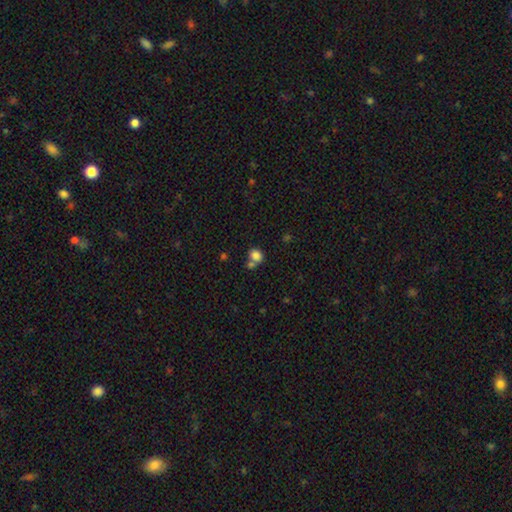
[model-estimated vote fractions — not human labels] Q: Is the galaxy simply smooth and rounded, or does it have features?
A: smooth — 82%.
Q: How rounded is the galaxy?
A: round — 52%.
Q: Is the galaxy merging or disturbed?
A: none — 47%.